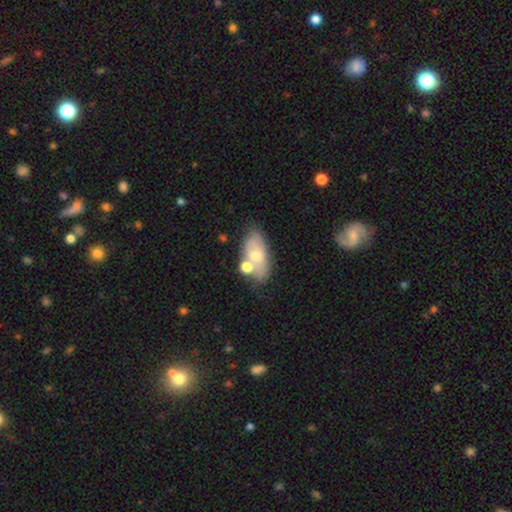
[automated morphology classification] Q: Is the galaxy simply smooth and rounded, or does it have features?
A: smooth — 53%.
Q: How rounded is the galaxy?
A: in between — 88%.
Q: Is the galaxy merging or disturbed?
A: none — 49%.